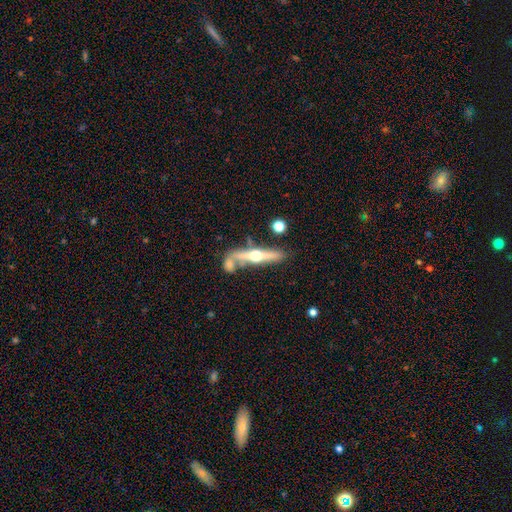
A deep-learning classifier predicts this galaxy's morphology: A featured or disk galaxy (69%) viewed edge-on (95%) with a rounded central bulge (95%).

Vote fractions:
- Smooth or featured? featured or disk: 69% / smooth: 25% / star or artifact: 6%
- Edge-on disk? yes: 95% / no: 5%
- Edge-on bulge? rounded: 95% / none: 3% / boxy: 2%
- Merging? none: 63% / merger: 18% / minor disturbance: 14% / major disturbance: 5%